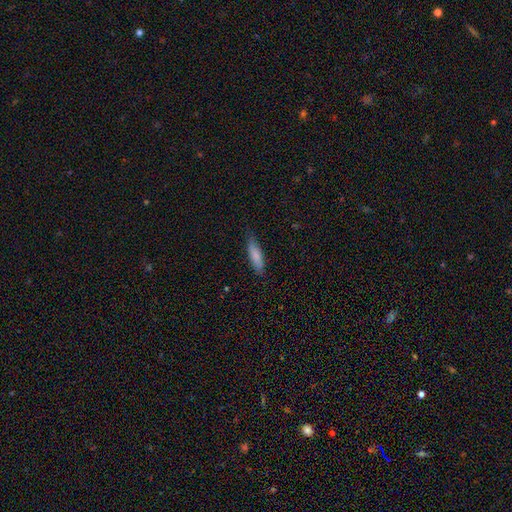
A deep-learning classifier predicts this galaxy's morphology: type=smooth (81%); roundness=cigar-shaped (62%); merging=none (79%).